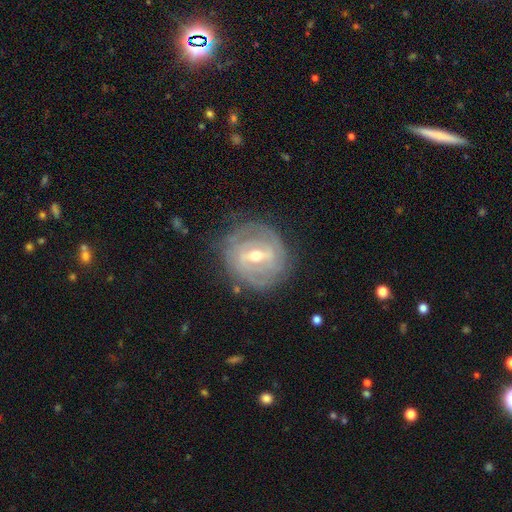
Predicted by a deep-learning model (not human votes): Smooth or featured: featured or disk — 84% (smooth — 10%)
Edge-on disk: no — 95% (yes — 5%)
Bar: weak — 45% (strong — 42%)
Spiral arms: yes — 89% (no — 11%)
Spiral winding: tight — 71% (medium — 22%)
Spiral arm count: can't tell — 36% (2 — 34%)
Bulge size: moderate — 60% (small — 35%)
Merging: none — 79% (minor disturbance — 14%)